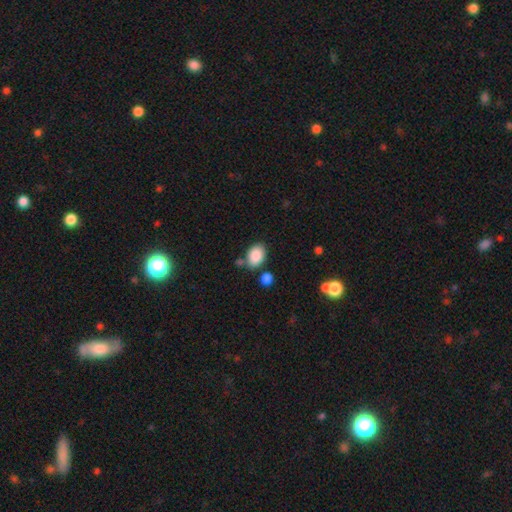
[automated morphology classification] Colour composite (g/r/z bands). It shows a smooth galaxy with no disk features (88%) that is in between round and cigar-shaped (82%). Merging: none (71%).